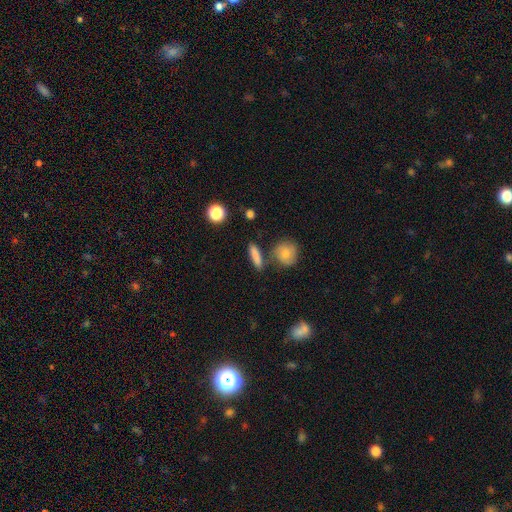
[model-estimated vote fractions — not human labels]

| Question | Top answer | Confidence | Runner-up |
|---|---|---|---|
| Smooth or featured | smooth | 79% | featured or disk (13%) |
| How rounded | cigar-shaped | 69% | in between (23%) |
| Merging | none | 77% | minor disturbance (10%) |